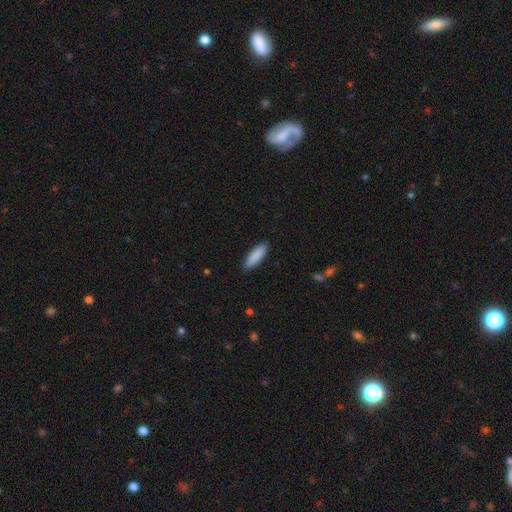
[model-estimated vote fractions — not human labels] Smooth or featured? smooth (89%)
How rounded? cigar-shaped (50%)
Merging? none (89%)